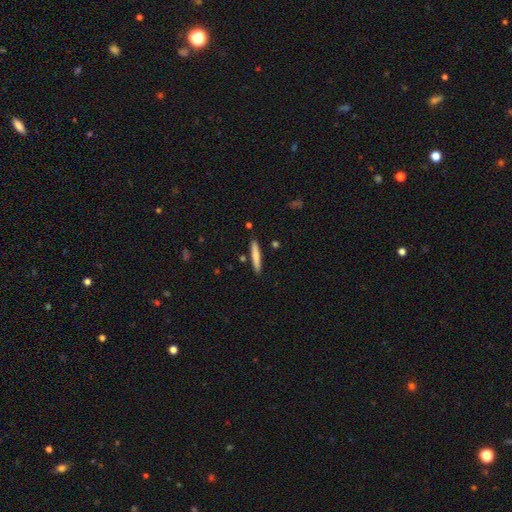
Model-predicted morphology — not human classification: Smooth or featured? smooth (73%)
How rounded? cigar-shaped (94%)
Merging? none (88%)